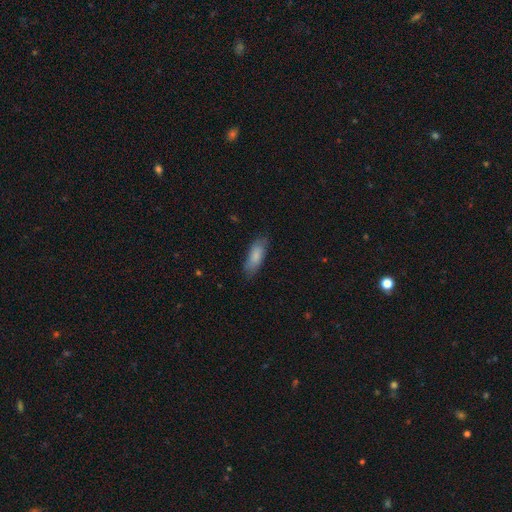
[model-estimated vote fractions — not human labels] smooth 83%, featured or disk 11%, star or artifact 6%. Down the decision tree: how rounded — in between (70%); merging — none (77%).